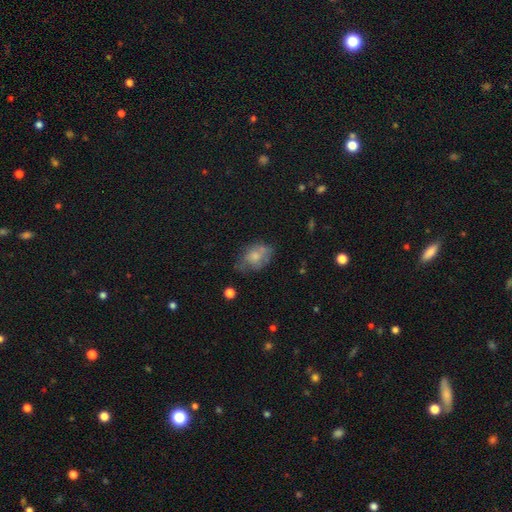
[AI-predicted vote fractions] The model was most divided on "merging": none: 42%, minor disturbance: 31%, major disturbance: 18%, merger: 9%. More confident: how rounded — in between (77%); smooth or featured — smooth (62%).